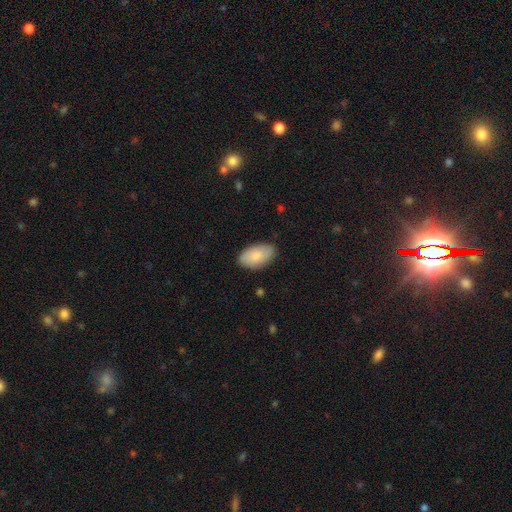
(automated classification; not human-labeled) smooth_or_featured: smooth (p=0.85) [alt: featured or disk p=0.10]
how_rounded: in between (p=0.95) [alt: round p=0.04]
merging: none (p=0.85) [alt: minor disturbance p=0.12]